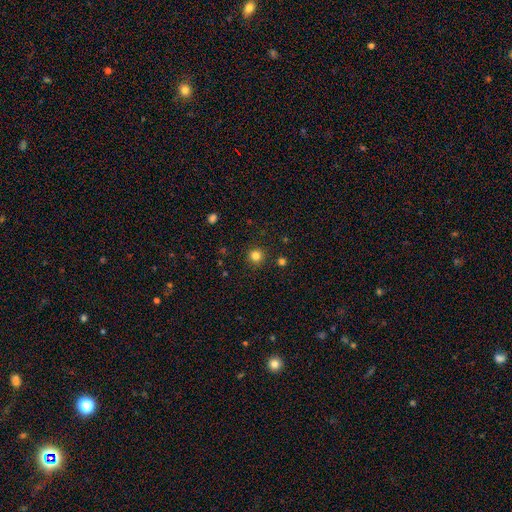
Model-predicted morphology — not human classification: This appears to be a smooth galaxy with no disk features (81%) that is round (94%). Merging: none (91%).